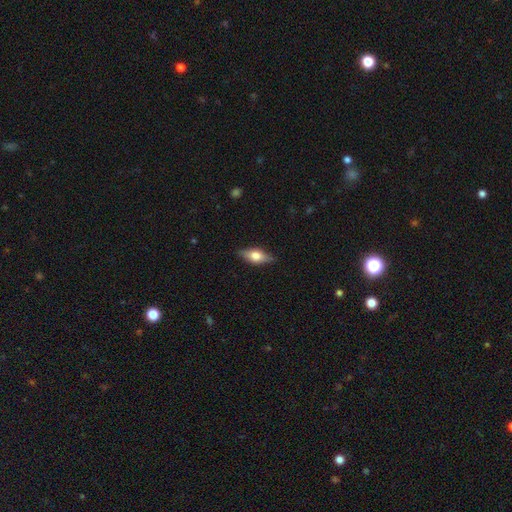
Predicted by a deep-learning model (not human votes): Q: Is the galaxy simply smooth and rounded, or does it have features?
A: smooth — 52%.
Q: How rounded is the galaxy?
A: in between — 75%.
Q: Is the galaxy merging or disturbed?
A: none — 84%.